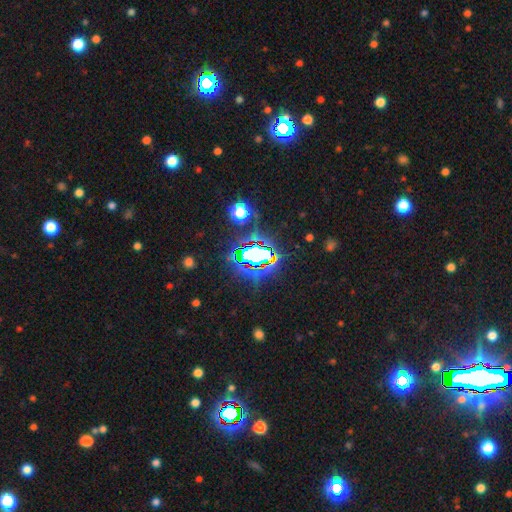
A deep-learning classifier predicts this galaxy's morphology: Smooth or featured: star or artifact — 73% (smooth — 16%)